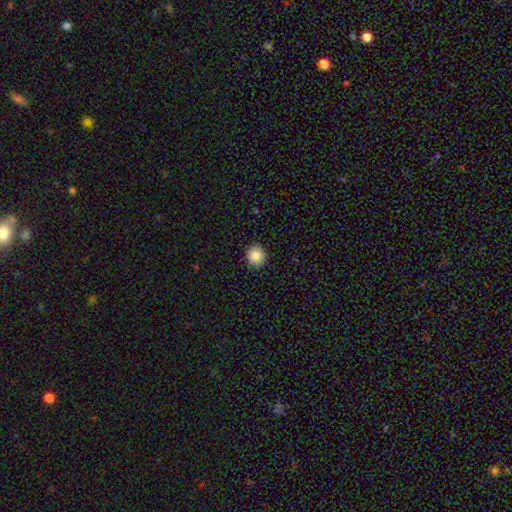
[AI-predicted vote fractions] The model was most divided on "how rounded": round: 86%, in between: 13%, cigar-shaped: 1%. More confident: merging — none (91%); smooth or featured — smooth (87%).